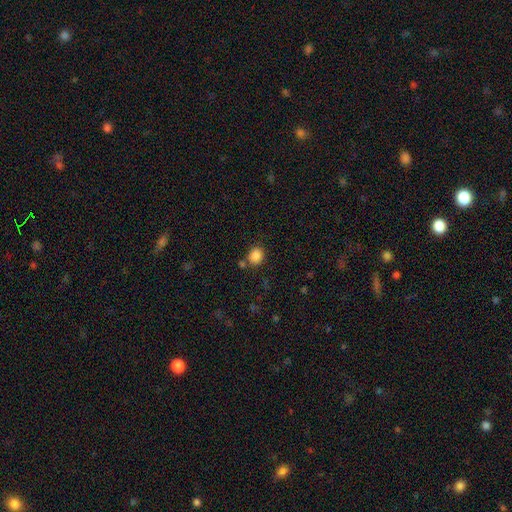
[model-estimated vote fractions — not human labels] smooth-or-featured: smooth: 86% | star or artifact: 10% | featured or disk: 4%
  how-rounded: round: 61% | in between: 38% | cigar-shaped: 1%
  merging: none: 74% | minor disturbance: 12% | merger: 10% | major disturbance: 4%